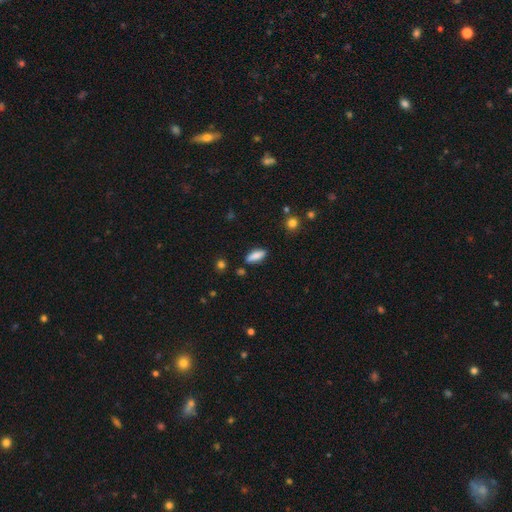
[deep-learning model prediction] Morphology: type=smooth (83%); roundness=in between (62%); merging=none (83%).